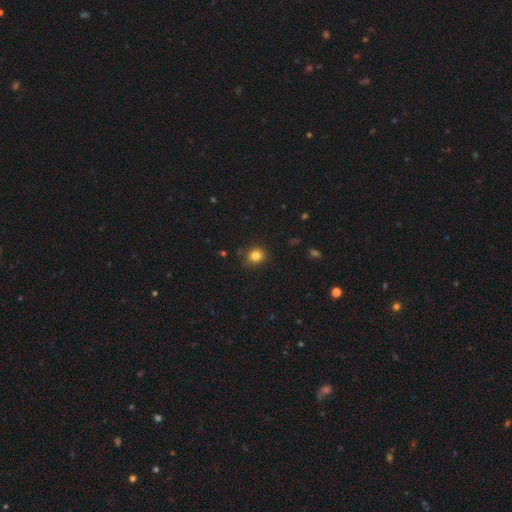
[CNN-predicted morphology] Overall: smooth (84%). How rounded: round (75%). Merging: none (80%).